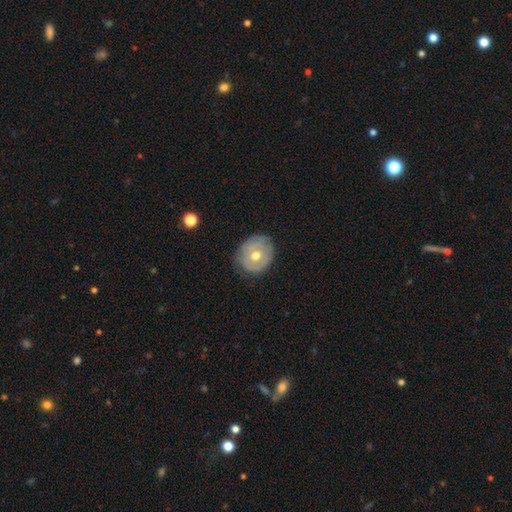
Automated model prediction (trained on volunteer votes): Q: Smooth or featured?
A: featured or disk (49%); runner-up: smooth (44%)
Q: Merging?
A: none (73%); runner-up: minor disturbance (20%)